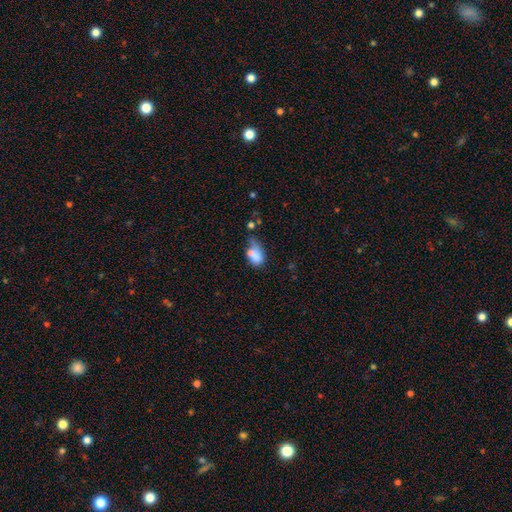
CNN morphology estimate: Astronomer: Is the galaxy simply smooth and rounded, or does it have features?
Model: smooth — 74%.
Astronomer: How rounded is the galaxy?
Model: in between — 84%.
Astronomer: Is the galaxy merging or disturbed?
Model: merger — 28% (runner-up: none, 26%).